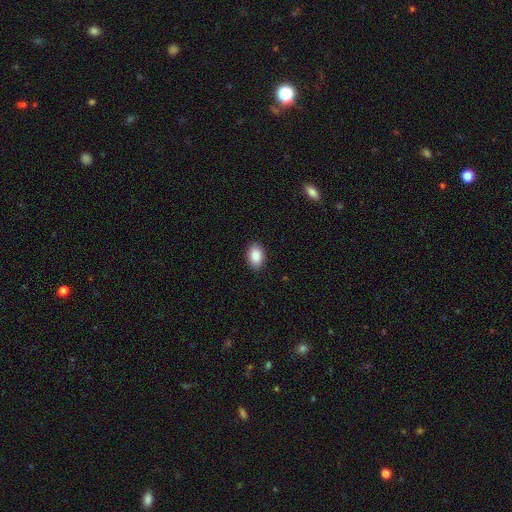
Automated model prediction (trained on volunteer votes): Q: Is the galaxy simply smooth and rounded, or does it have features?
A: smooth — 89%.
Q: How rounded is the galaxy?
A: in between — 88%.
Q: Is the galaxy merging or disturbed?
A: none — 89%.